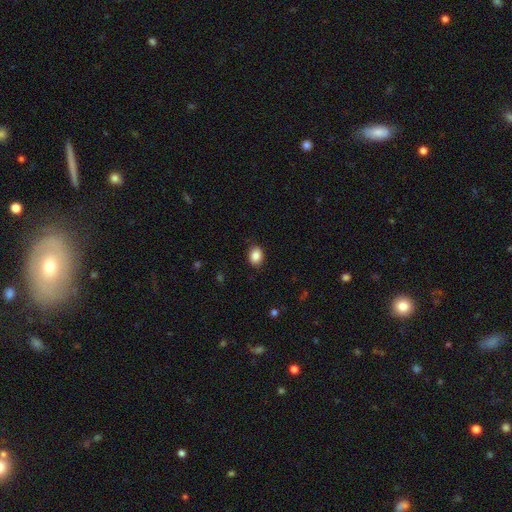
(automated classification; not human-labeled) Smooth or featured? Predicted: smooth (p=0.87). How rounded? Predicted: in between (p=0.68). Merging? Predicted: none (p=0.86).